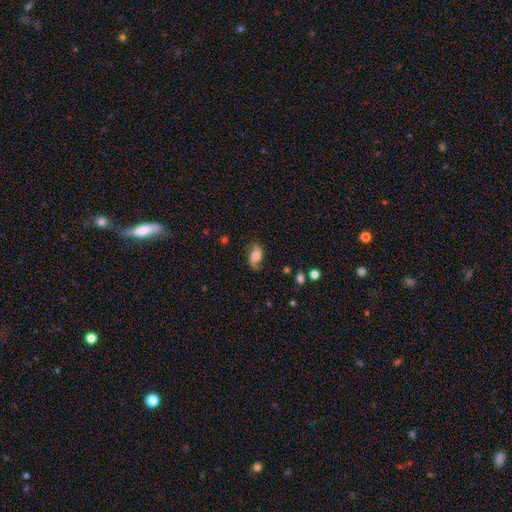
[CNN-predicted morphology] A featured or disk galaxy (56%) with no bar (67%), spiral arms (88%) and a moderate central bulge (58%).

Vote fractions:
- Smooth or featured? featured or disk: 56% / smooth: 36% / star or artifact: 8%
- Edge-on disk? no: 92% / yes: 8%
- Bar? no: 67% / weak: 26% / strong: 7%
- Spiral arms? yes: 88% / no: 12%
- Bulge size? moderate: 58% / small: 19% / large: 17% / none: 4% / dominant: 3%
- Merging? none: 76% / minor disturbance: 17% / major disturbance: 5% / merger: 1%